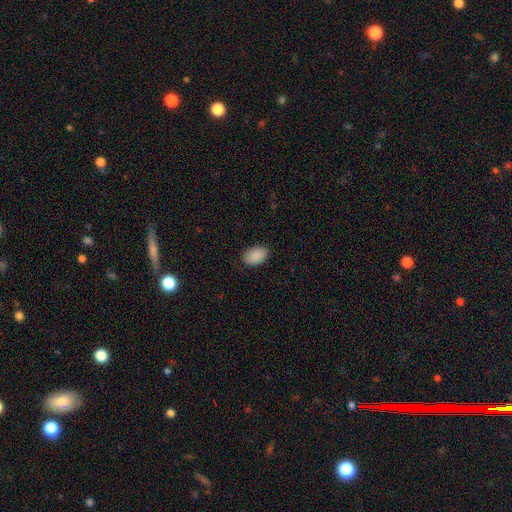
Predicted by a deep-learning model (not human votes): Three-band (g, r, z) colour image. It shows a smooth galaxy with no disk features (90%) that is in between round and cigar-shaped (88%). Merging: none (84%).